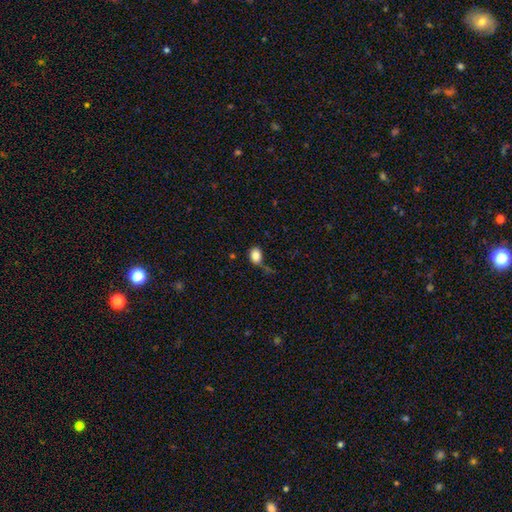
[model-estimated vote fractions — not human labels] Overall: smooth (85%). How rounded: in between (63%; round 36%). Merging: none (61%; minor disturbance 23%).